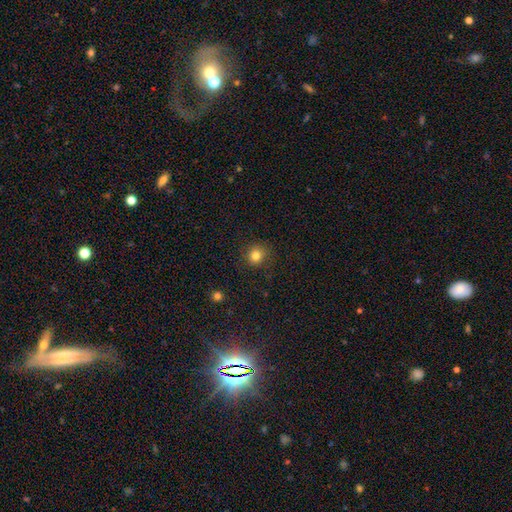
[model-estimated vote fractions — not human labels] Overall: smooth (82%). How rounded: round (91%). Merging: none (88%).